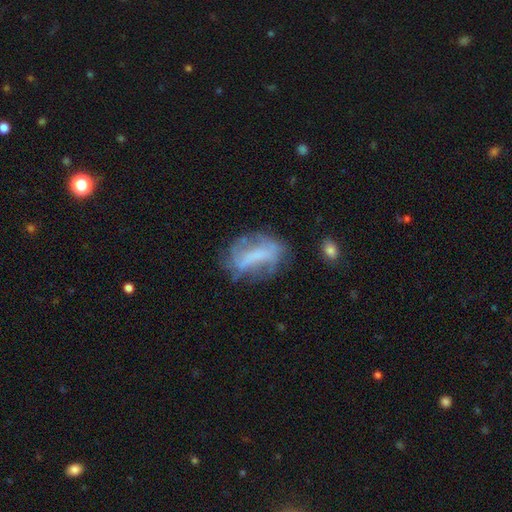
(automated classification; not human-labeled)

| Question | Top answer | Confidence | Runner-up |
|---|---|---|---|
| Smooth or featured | featured or disk | 56% | smooth (33%) |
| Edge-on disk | no | 92% | yes (8%) |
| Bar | strong | 38% | no (32%) |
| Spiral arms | no | 56% | yes (44%) |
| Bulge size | none | 54% | small (21%) |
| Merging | none | 49% | minor disturbance (26%) |